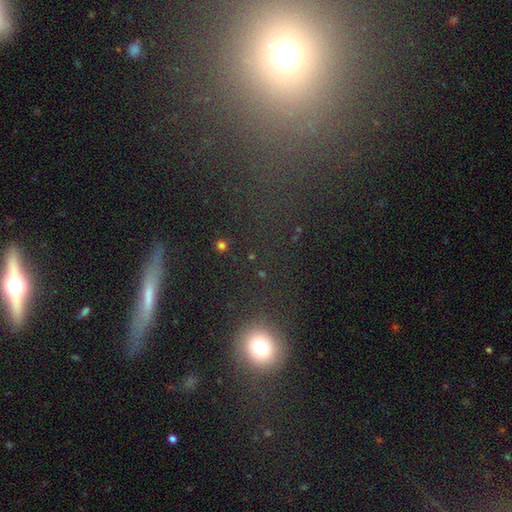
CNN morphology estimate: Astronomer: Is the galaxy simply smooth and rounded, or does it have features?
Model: smooth — 45% (runner-up: star or artifact, 32%).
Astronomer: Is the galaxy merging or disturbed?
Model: none — 78%.